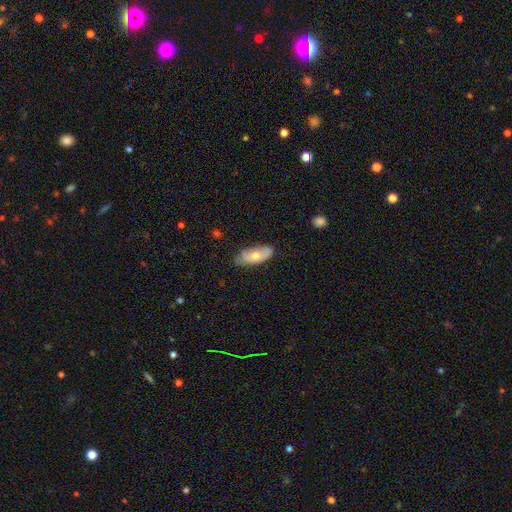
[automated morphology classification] smooth 59%, featured or disk 35%, star or artifact 6%. Down the decision tree: how rounded — in between (82%); merging — none (71%).